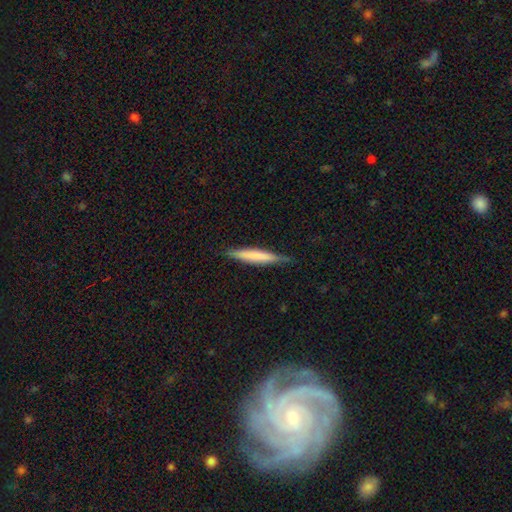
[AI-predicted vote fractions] Q: Smooth or featured?
A: smooth (65%); runner-up: featured or disk (29%)
Q: How rounded?
A: cigar-shaped (93%); runner-up: in between (6%)
Q: Merging?
A: none (83%); runner-up: minor disturbance (14%)